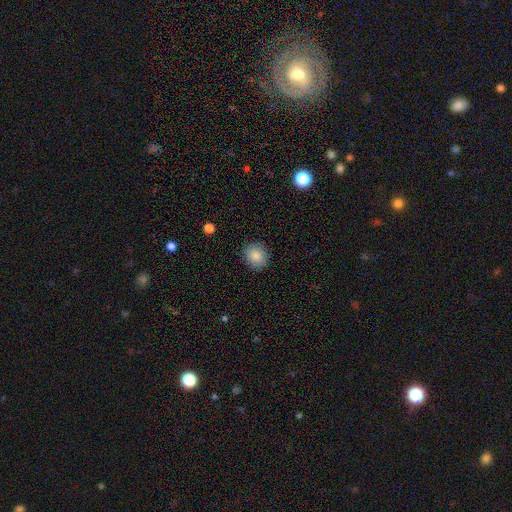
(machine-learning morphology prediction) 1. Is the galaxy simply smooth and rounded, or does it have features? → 86% smooth, 8% star or artifact, 6% featured or disk.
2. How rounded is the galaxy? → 80% round, 20% in between, 1% cigar-shaped.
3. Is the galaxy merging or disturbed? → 88% none, 8% minor disturbance, 2% major disturbance, 1% merger.